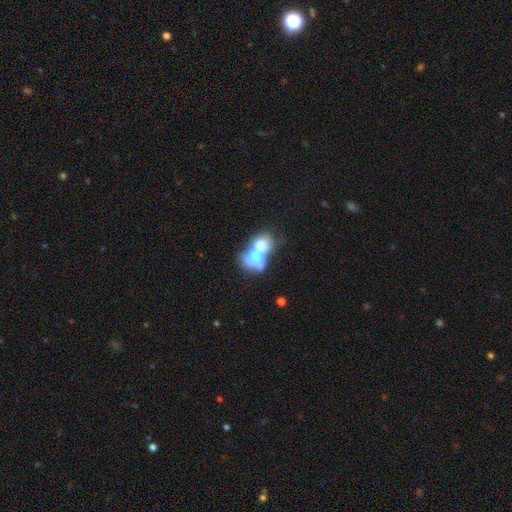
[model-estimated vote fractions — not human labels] Smooth or featured?
  - smooth: 61% *
  - featured or disk: 30%
  - star or artifact: 9%
How rounded?
  - in between: 55% *
  - round: 43%
  - cigar-shaped: 1%
Merging?
  - merger: 79% *
  - none: 10%
  - major disturbance: 6%
  - minor disturbance: 5%